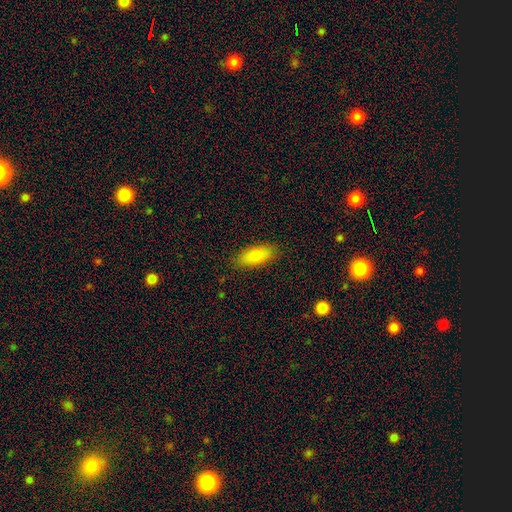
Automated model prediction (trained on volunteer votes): Morphology: type=smooth (81%); roundness=in between (84%); merging=none (86%).